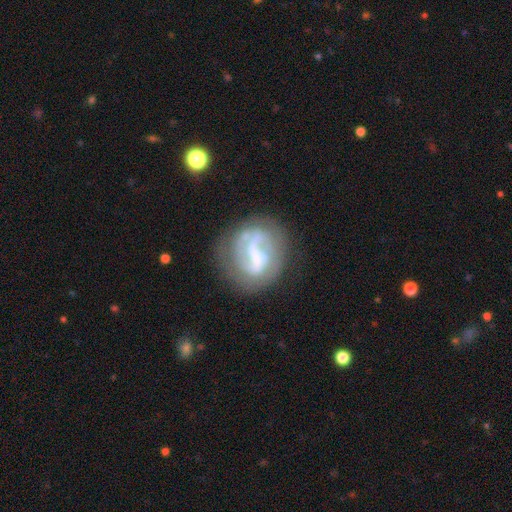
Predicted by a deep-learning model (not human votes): The model was most divided on "spiral winding": medium: 37%, loose: 36%, tight: 27%. Remaining: edge-on disk — no (98%); spiral arms — yes (76%); smooth or featured — featured or disk (73%); merging — none (60%); spiral arm count — 2 (53%); bar — weak (41%); bulge size — none (40%).